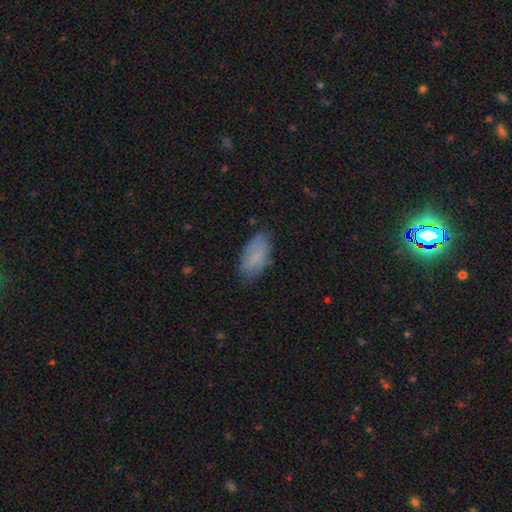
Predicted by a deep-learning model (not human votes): This appears to be a smooth galaxy with no disk features (80%) that is in between round and cigar-shaped (92%). Merging: none (74%).